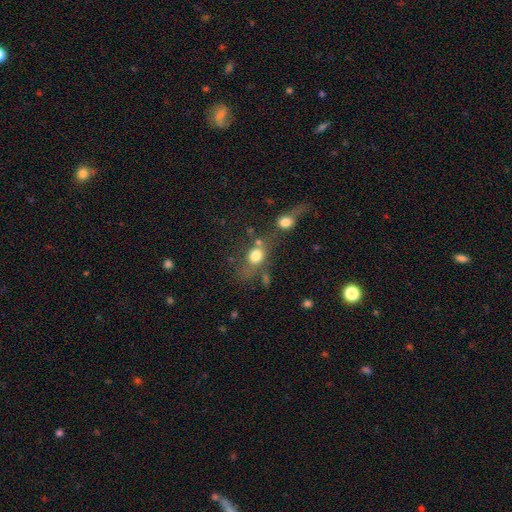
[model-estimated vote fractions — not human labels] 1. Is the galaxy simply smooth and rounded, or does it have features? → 74% smooth, 14% featured or disk, 12% star or artifact.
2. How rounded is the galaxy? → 53% round, 43% in between, 4% cigar-shaped.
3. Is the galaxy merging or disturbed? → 39% none, 33% merger, 14% minor disturbance, 14% major disturbance.